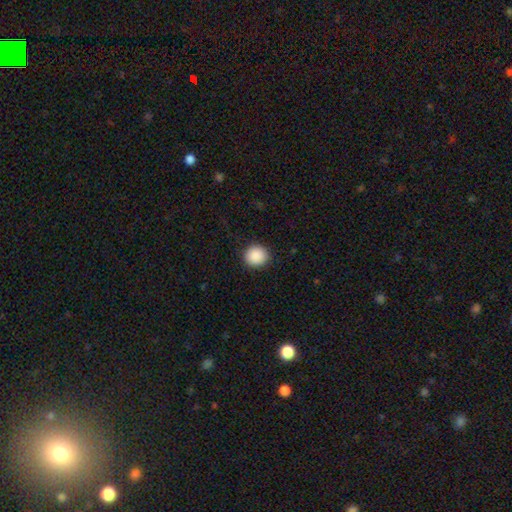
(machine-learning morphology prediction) This is clearly a smooth galaxy (90%). How rounded: clearly round (90%). Merging: clearly none (91%).